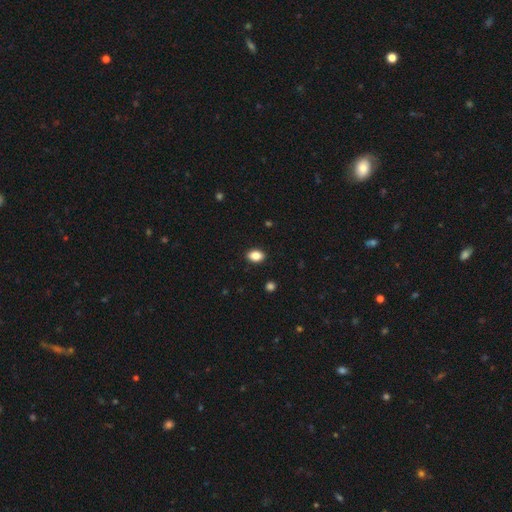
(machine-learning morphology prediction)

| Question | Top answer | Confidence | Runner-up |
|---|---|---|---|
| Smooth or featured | smooth | 87% | star or artifact (9%) |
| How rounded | in between | 81% | round (18%) |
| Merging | none | 90% | minor disturbance (7%) |